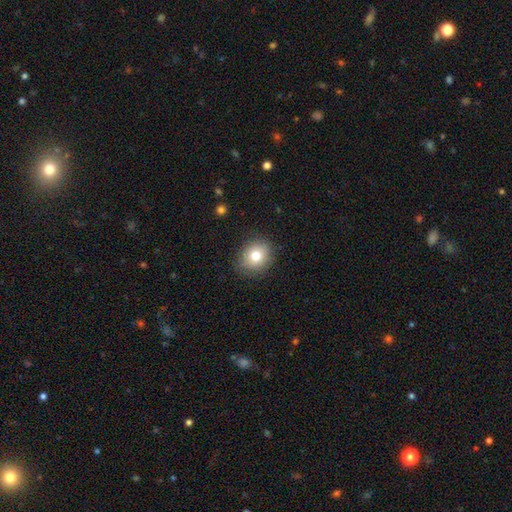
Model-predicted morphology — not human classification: Smooth or featured?
  - smooth: 78% *
  - featured or disk: 12%
  - star or artifact: 11%
How rounded?
  - round: 64% *
  - in between: 35%
  - cigar-shaped: 1%
Merging?
  - none: 85% *
  - minor disturbance: 11%
  - major disturbance: 3%
  - merger: 1%